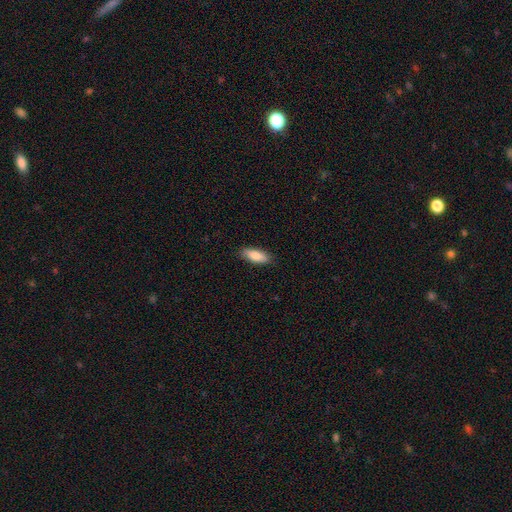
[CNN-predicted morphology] This is clearly a smooth galaxy (85%). How rounded: likely in between (71%). Merging: clearly none (87%).